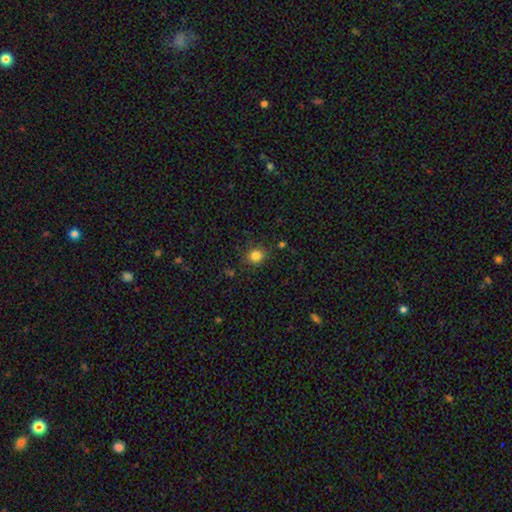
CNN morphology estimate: Smooth or featured? Predicted: smooth (p=0.83). How rounded? Predicted: round (p=0.79). Merging? Predicted: none (p=0.85).